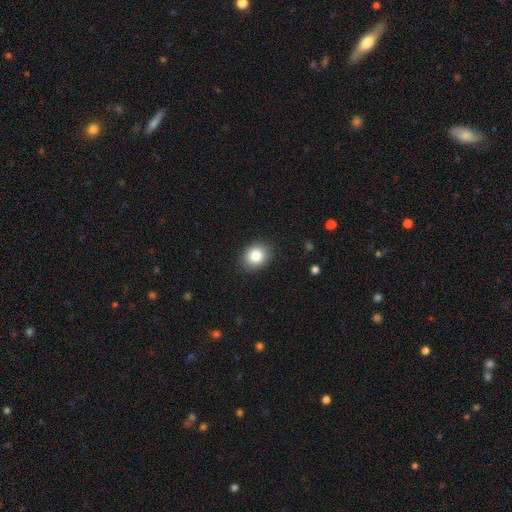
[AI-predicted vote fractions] Overall: smooth (84%). How rounded: round (61%; in between 38%). Merging: none (89%).